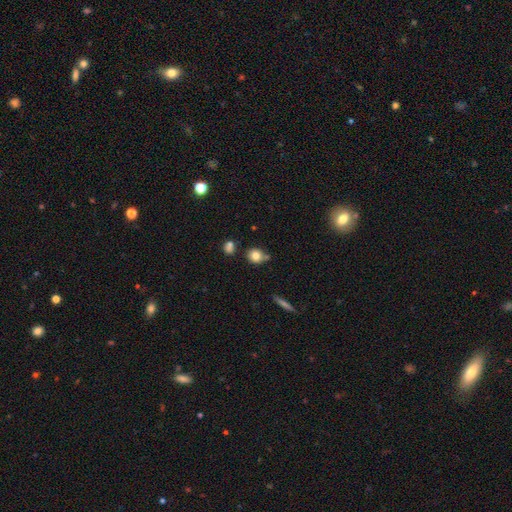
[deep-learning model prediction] Smooth or featured: smooth — 80% (star or artifact — 10%)
How rounded: round — 72% (in between — 26%)
Merging: none — 65% (minor disturbance — 18%)